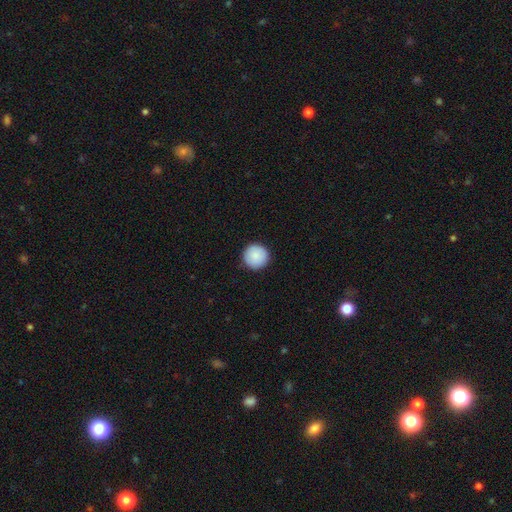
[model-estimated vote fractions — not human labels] Morphology: type=smooth (88%); roundness=round (96%); merging=none (92%).